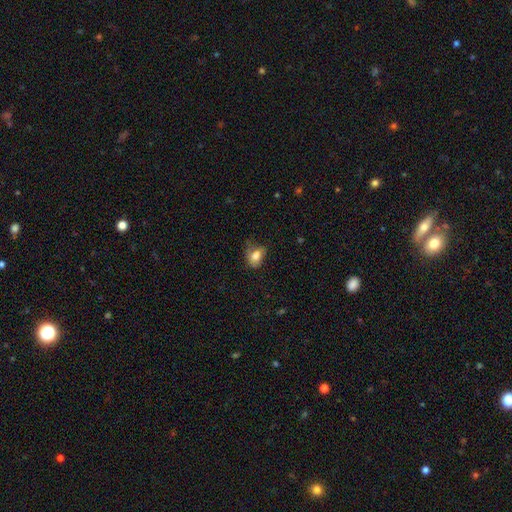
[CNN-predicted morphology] smooth_or_featured: smooth (p=0.77) [alt: featured or disk p=0.14]
how_rounded: in between (p=0.80) [alt: round p=0.18]
merging: none (p=0.40) [alt: minor disturbance p=0.35]